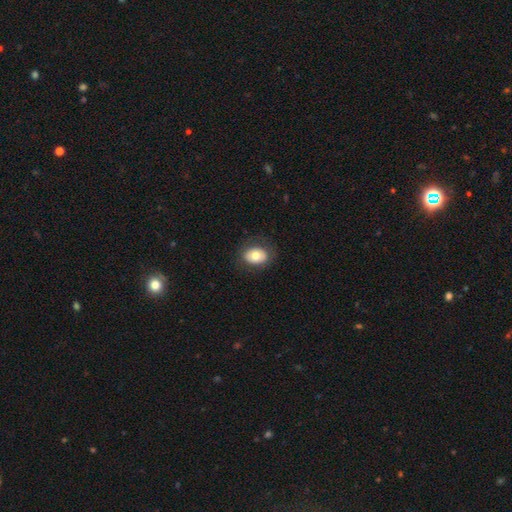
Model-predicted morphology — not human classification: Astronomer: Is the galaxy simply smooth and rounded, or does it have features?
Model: smooth — 71%.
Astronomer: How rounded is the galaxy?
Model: in between — 63%.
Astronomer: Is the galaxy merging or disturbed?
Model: none — 83%.